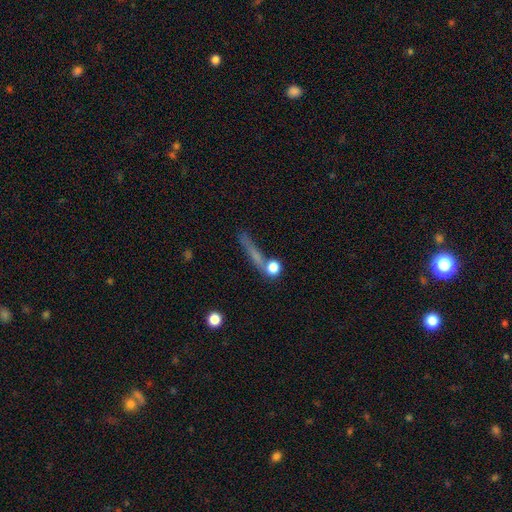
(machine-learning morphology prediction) type=smooth (54%); roundness=cigar-shaped (69%); merging=none (63%).